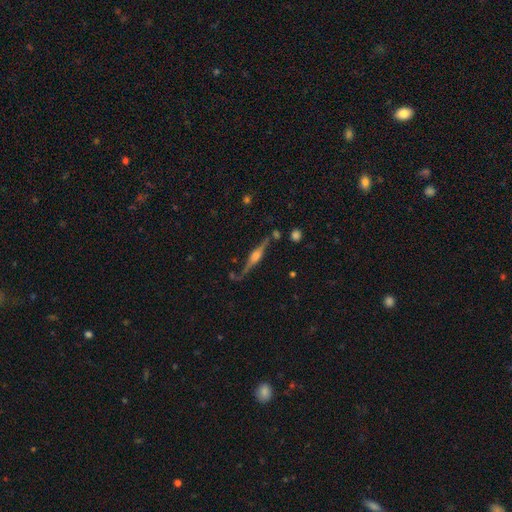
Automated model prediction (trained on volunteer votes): Q: Smooth or featured?
A: featured or disk (83%); runner-up: smooth (10%)
Q: Edge-on disk?
A: yes (97%); runner-up: no (3%)
Q: Edge-on bulge?
A: rounded (83%); runner-up: boxy (14%)
Q: Merging?
A: none (78%); runner-up: minor disturbance (14%)